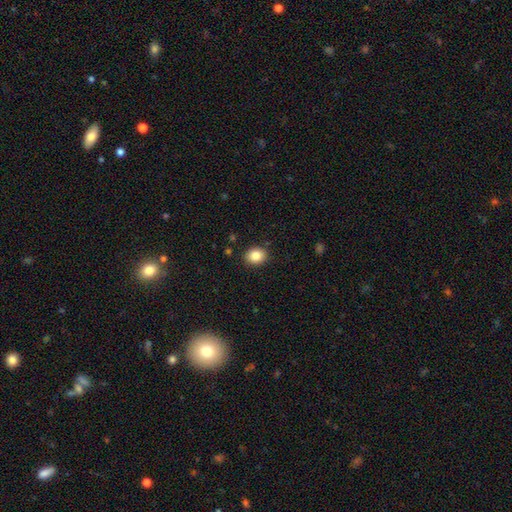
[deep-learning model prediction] smooth 85%, star or artifact 9%, featured or disk 6%. Down the decision tree: how rounded — round (56%); merging — none (89%).